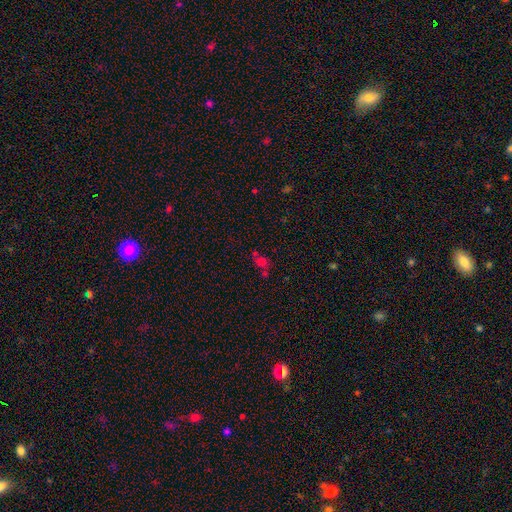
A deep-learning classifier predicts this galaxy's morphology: This appears to be a smooth galaxy with no disk features (57%) that is round (63%). Merging: none (47%).